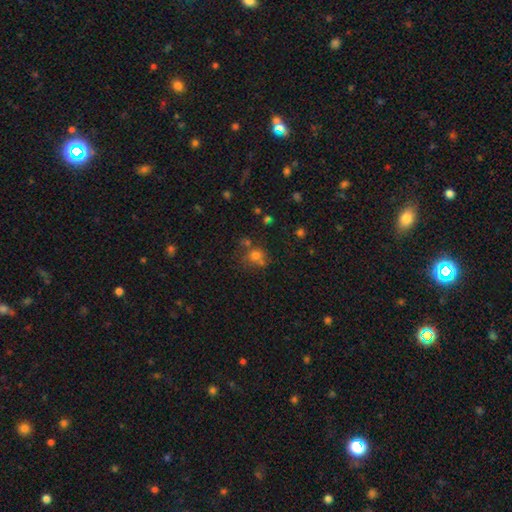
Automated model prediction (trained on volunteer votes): The model was most divided on "merging": none: 54%, merger: 26%, minor disturbance: 14%, major disturbance: 6%. More confident: how rounded — round (79%); smooth or featured — smooth (69%).